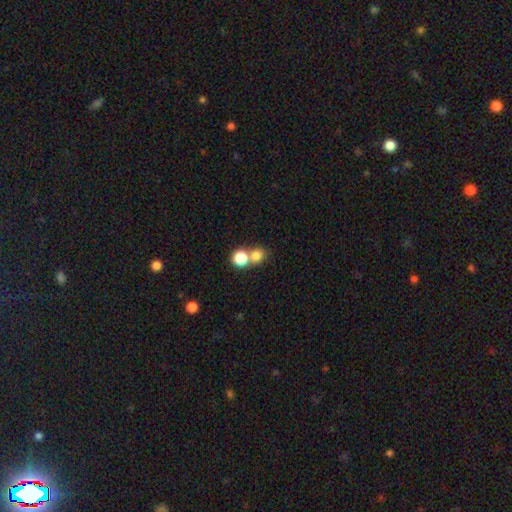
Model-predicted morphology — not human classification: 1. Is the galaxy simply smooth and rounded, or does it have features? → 78% smooth, 14% star or artifact, 9% featured or disk.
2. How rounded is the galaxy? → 80% round, 19% in between, 1% cigar-shaped.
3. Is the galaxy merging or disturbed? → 46% none, 44% merger, 6% minor disturbance, 3% major disturbance.